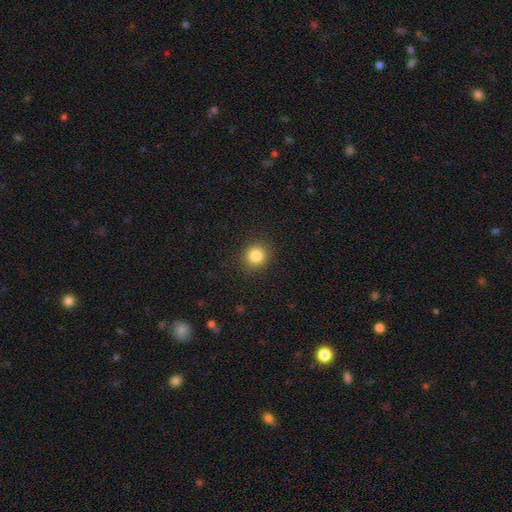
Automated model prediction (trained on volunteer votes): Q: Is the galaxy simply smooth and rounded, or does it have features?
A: smooth — 84%.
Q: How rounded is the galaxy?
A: round — 88%.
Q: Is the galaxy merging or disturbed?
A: none — 90%.